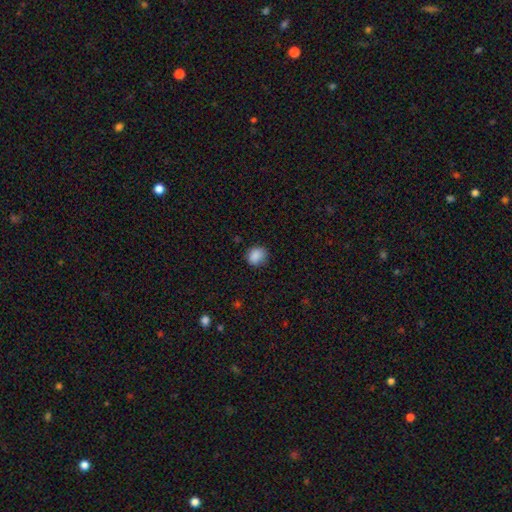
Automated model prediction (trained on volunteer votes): Smooth or featured? smooth (87%)
How rounded? round (71%)
Merging? none (79%)